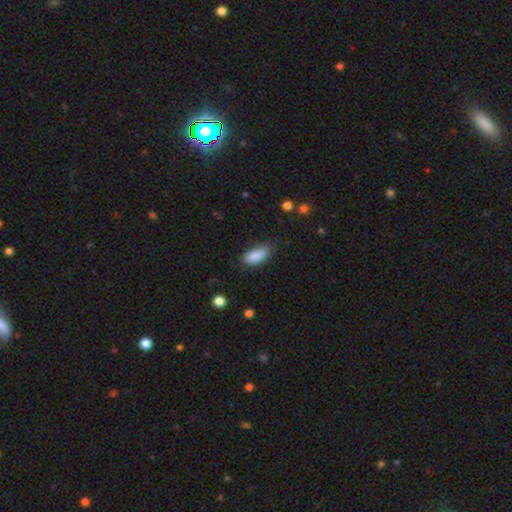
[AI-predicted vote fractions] This appears to be a smooth galaxy with no disk features (88%) that is in between round and cigar-shaped (86%). Merging: none (75%).